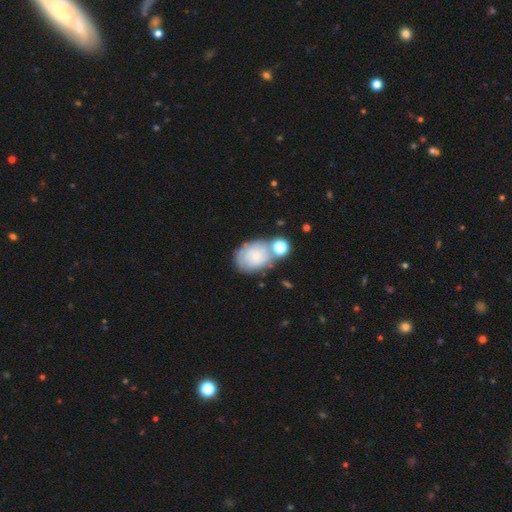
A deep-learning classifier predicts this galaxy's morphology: smooth 48%, featured or disk 41%, star or artifact 11%. Down the decision tree: merging — none (49%).